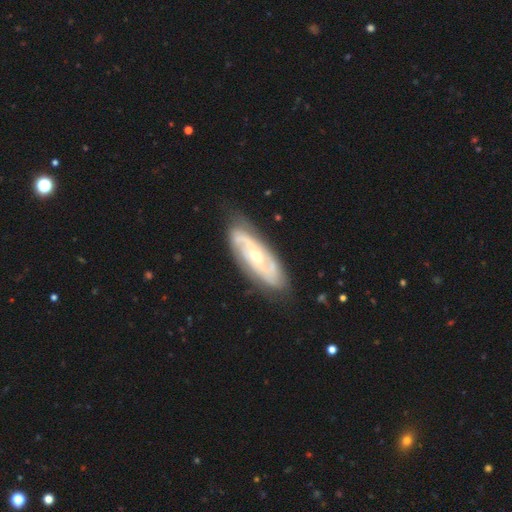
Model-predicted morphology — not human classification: smooth_or_featured: featured or disk (p=0.84) [alt: smooth p=0.12]
disk_edge_on: no (p=0.89) [alt: yes p=0.11]
bar: no (p=0.60) [alt: weak p=0.30]
has_spiral_arms: yes (p=0.93) [alt: no p=0.07]
spiral_winding: tight (p=0.53) [alt: medium p=0.36]
spiral_arm_count: 2 (p=0.61) [alt: can't tell p=0.20]
bulge_size: moderate (p=0.50) [alt: small p=0.46]
merging: none (p=0.80) [alt: minor disturbance p=0.15]